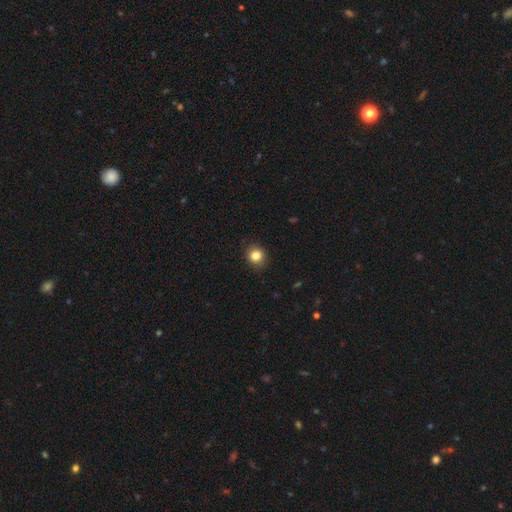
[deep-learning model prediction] Smooth or featured? Predicted: smooth (p=0.84). How rounded? Predicted: round (p=0.83). Merging? Predicted: none (p=0.88).